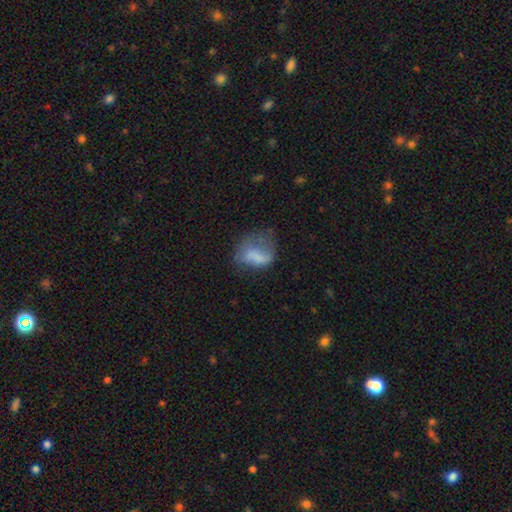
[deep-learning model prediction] A smooth galaxy with no disk features (61%) that is in between round and cigar-shaped (65%).

Vote fractions:
- Smooth or featured? smooth: 61% / featured or disk: 28% / star or artifact: 11%
- How rounded? in between: 65% / round: 33% / cigar-shaped: 2%
- Merging? major disturbance: 42% / none: 27% / minor disturbance: 27% / merger: 4%